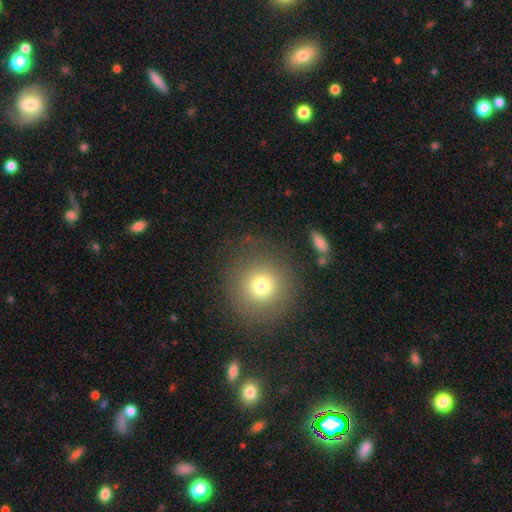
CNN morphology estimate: smooth 62%, star or artifact 25%, featured or disk 12%. Down the decision tree: how rounded — round (94%); merging — none (85%).